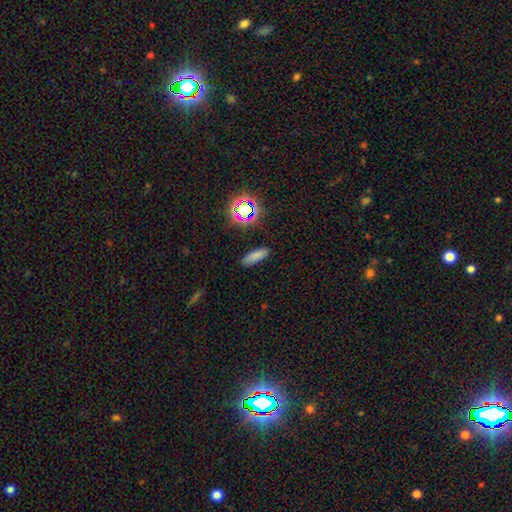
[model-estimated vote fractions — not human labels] Smooth or featured: smooth — 76% (star or artifact — 17%)
How rounded: cigar-shaped — 51% (in between — 45%)
Merging: none — 86% (minor disturbance — 10%)